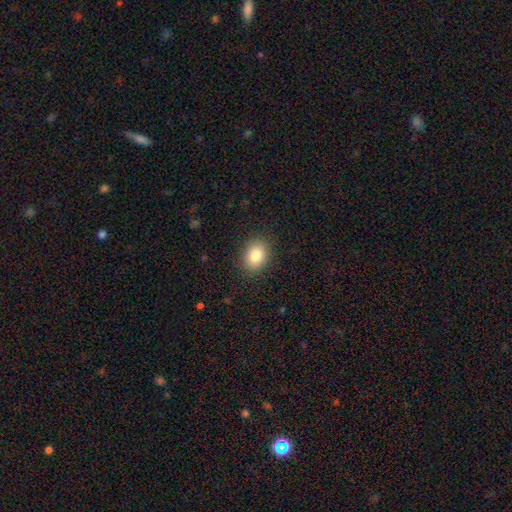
Volunteers were most divided on "how rounded": in between: 57%, round: 43%, cigar-shaped: 0%. More confident: smooth or featured — smooth (97%); merging — none (92%).